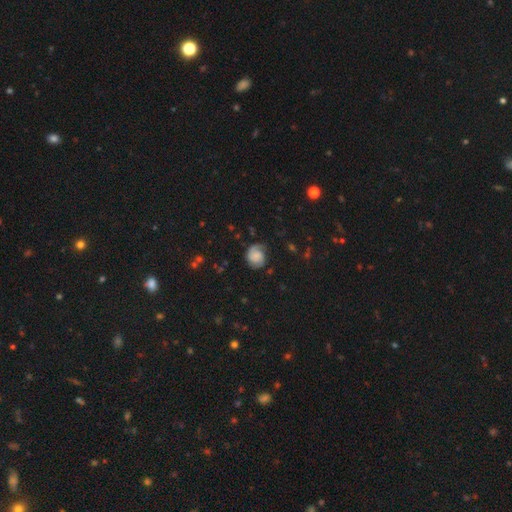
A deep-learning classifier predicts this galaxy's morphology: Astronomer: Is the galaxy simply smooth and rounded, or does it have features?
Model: featured or disk — 61%.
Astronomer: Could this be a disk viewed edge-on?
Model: no — 98%.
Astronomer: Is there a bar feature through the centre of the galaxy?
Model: no — 65%.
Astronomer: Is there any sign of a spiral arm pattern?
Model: yes — 93%.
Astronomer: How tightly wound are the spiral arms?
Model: tight — 42% (runner-up: medium, 39%).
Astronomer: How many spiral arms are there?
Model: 2 — 61%.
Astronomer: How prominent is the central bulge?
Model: small — 33% (runner-up: none, 31%).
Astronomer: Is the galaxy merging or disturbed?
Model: none — 63%.